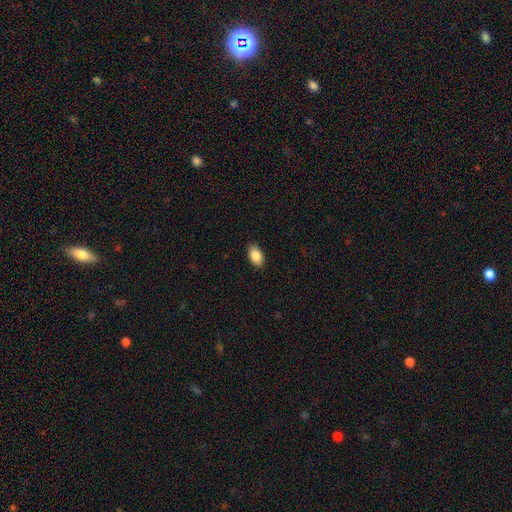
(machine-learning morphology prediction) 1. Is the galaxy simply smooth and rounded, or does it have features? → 87% smooth, 7% star or artifact, 6% featured or disk.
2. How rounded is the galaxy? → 93% in between, 5% round, 2% cigar-shaped.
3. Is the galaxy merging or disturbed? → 89% none, 9% minor disturbance, 2% major disturbance, 1% merger.